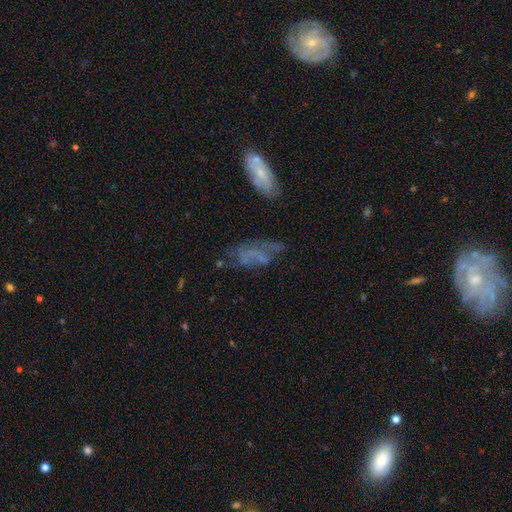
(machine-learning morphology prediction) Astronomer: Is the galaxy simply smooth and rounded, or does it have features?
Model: featured or disk — 45% (runner-up: smooth, 36%).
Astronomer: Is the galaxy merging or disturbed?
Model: none — 50%.